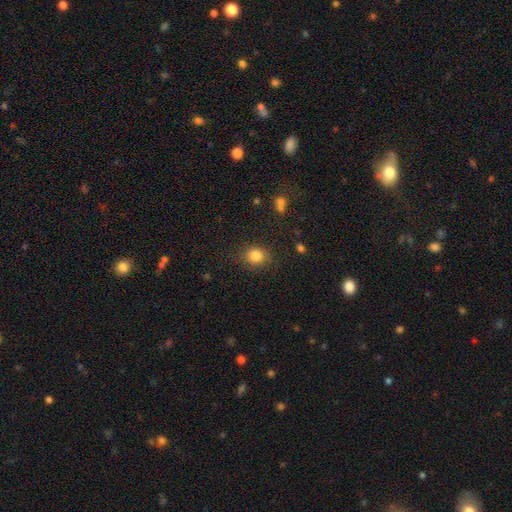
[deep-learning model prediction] A smooth galaxy with no disk features (83%) that is round (68%). Merging: none (83%).